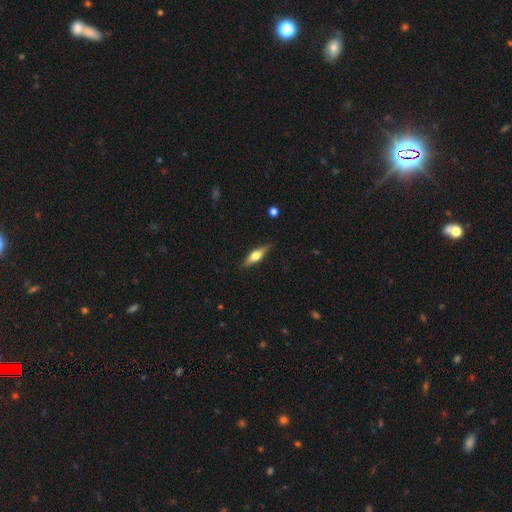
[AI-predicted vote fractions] Smooth or featured? smooth (53%)
How rounded? cigar-shaped (54%)
Merging? none (84%)